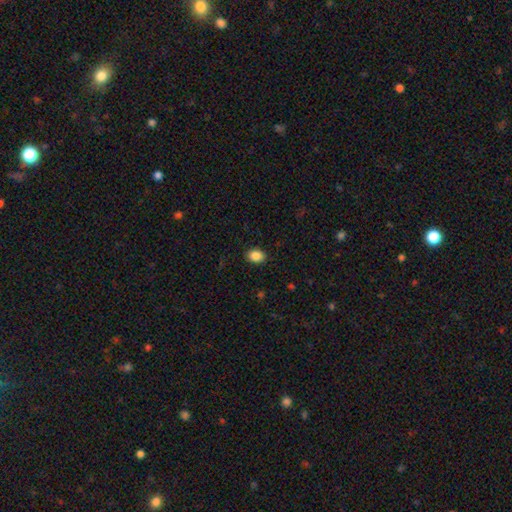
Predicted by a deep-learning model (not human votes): Smooth or featured? smooth (88%)
How rounded? in between (66%)
Merging? none (89%)